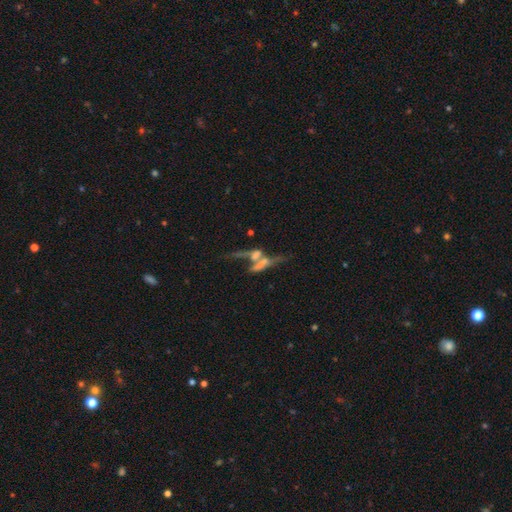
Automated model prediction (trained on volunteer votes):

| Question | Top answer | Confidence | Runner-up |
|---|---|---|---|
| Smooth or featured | featured or disk | 54% | smooth (33%) |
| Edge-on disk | yes | 50% | tied: no (50%) |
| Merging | merger | 56% | none (23%) |